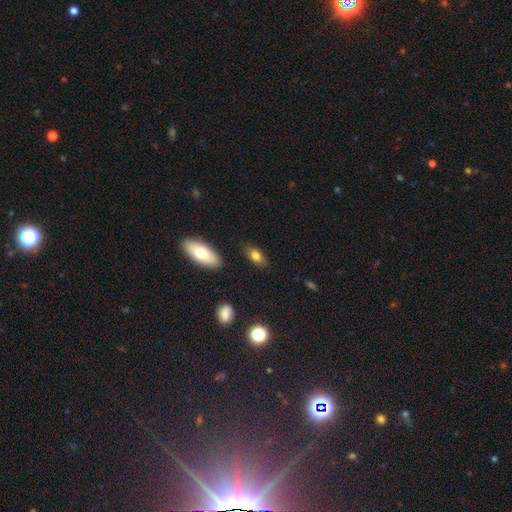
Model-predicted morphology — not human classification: Q: Smooth or featured?
A: smooth (78%); runner-up: featured or disk (14%)
Q: How rounded?
A: in between (85%); runner-up: cigar-shaped (8%)
Q: Merging?
A: none (82%); runner-up: minor disturbance (12%)